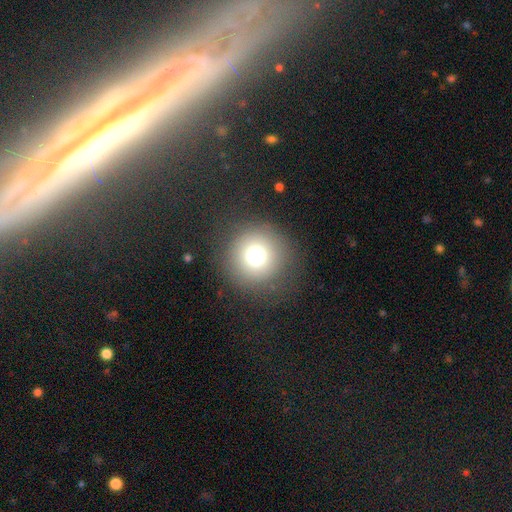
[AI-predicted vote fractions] smooth 72%, star or artifact 17%, featured or disk 11%. Down the decision tree: how rounded — round (96%); merging — none (85%).